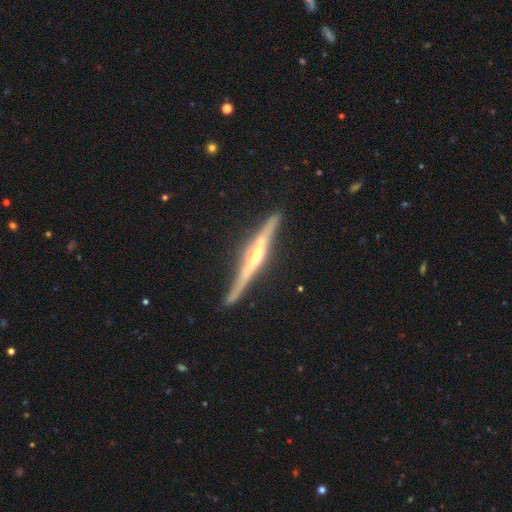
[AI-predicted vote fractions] Smooth or featured?
  - featured or disk: 81% *
  - smooth: 14%
  - star or artifact: 5%
Edge-on disk?
  - yes: 97% *
  - no: 3%
Edge-on bulge?
  - rounded: 73% *
  - none: 15%
  - boxy: 12%
Merging?
  - none: 83% *
  - minor disturbance: 12%
  - major disturbance: 2%
  - merger: 2%